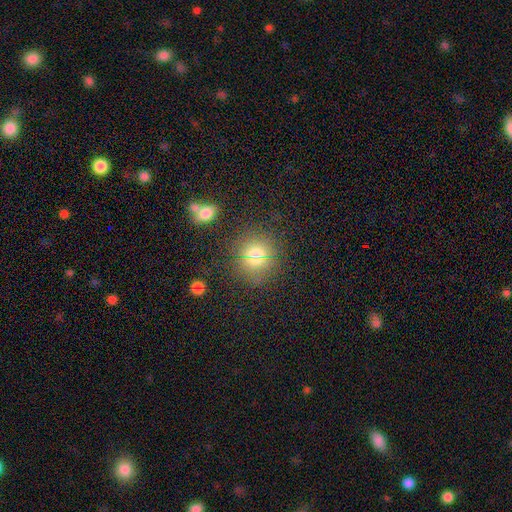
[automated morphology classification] A smooth galaxy with no disk features (66%) that is round (87%). Merging: none (84%).